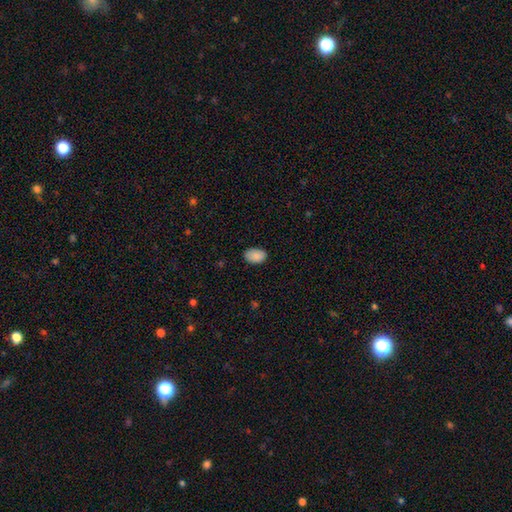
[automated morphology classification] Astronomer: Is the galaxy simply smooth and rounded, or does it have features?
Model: smooth — 89%.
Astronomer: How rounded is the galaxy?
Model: in between — 89%.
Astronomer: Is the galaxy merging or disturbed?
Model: none — 83%.